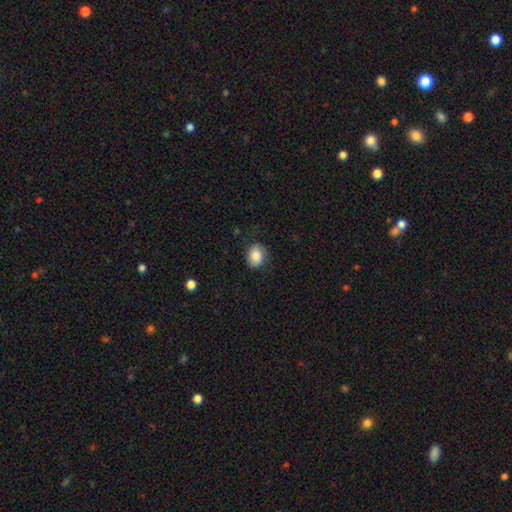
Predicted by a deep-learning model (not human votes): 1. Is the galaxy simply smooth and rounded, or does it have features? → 81% smooth, 11% featured or disk, 7% star or artifact.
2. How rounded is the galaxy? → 60% in between, 39% round, 1% cigar-shaped.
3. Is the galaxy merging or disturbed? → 70% none, 22% minor disturbance, 7% major disturbance, 1% merger.